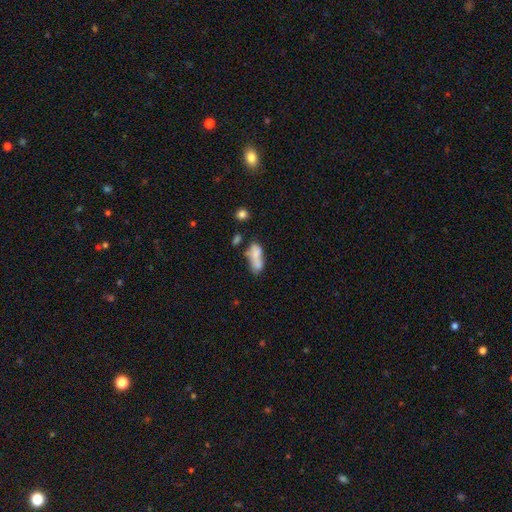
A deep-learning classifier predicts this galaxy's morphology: smooth-or-featured: smooth: 65% | featured or disk: 25% | star or artifact: 10%
  how-rounded: in between: 78% | cigar-shaped: 18% | round: 4%
  merging: merger: 33% | none: 31% | minor disturbance: 21% | major disturbance: 15%